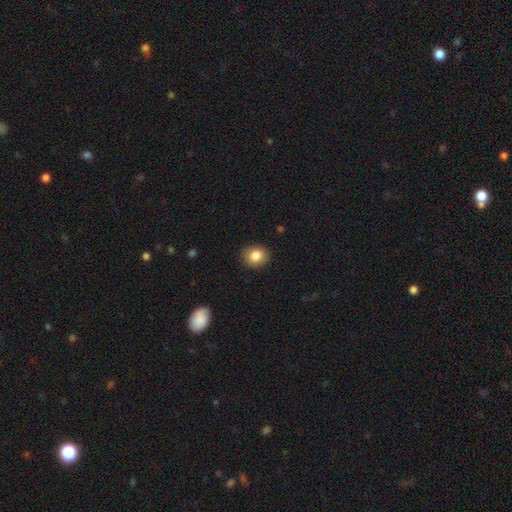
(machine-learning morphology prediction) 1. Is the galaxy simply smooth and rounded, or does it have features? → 85% smooth, 9% star or artifact, 6% featured or disk.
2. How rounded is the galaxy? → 66% round, 33% in between, 1% cigar-shaped.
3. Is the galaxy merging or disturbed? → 89% none, 8% minor disturbance, 2% major disturbance, 1% merger.